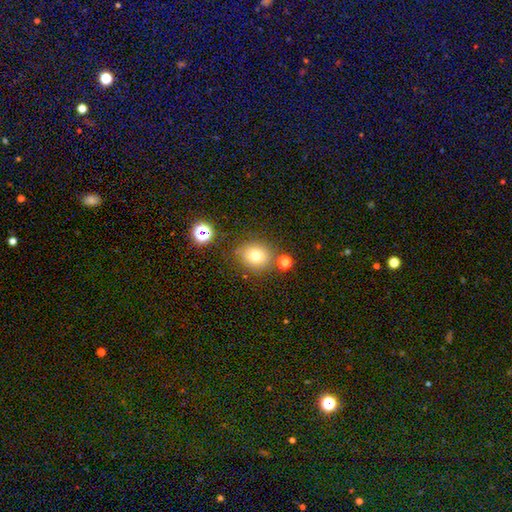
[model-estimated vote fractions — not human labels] smooth_or_featured: smooth (p=0.75) [alt: star or artifact p=0.15]
how_rounded: round (p=0.74) [alt: in between p=0.25]
merging: none (p=0.76) [alt: minor disturbance p=0.13]